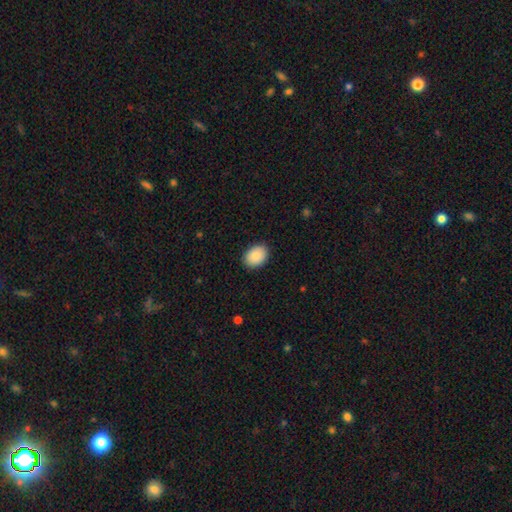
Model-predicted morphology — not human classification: This is clearly a smooth galaxy (89%). How rounded: likely in between (77%). Merging: clearly none (88%).